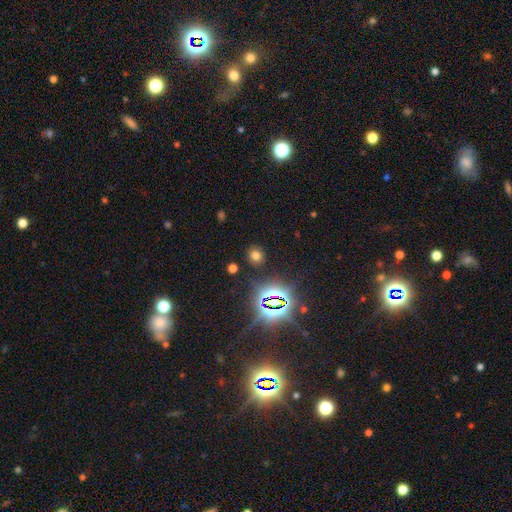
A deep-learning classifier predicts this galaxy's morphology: Smooth or featured: smooth — 63% (star or artifact — 29%)
How rounded: round — 70% (in between — 29%)
Merging: none — 86% (minor disturbance — 9%)